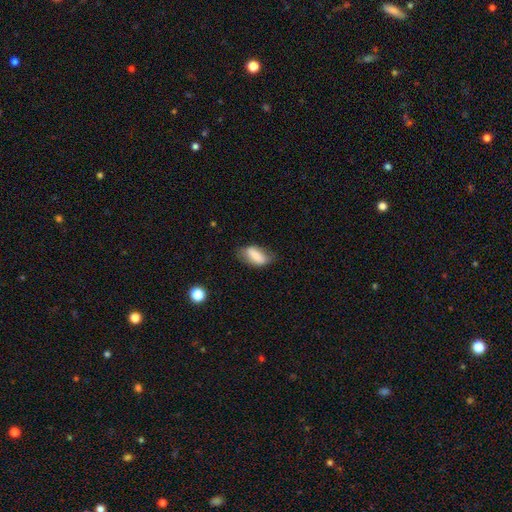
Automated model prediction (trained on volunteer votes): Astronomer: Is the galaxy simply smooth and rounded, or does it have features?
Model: smooth — 73%.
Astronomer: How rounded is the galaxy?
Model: in between — 86%.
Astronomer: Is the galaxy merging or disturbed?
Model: none — 62%.